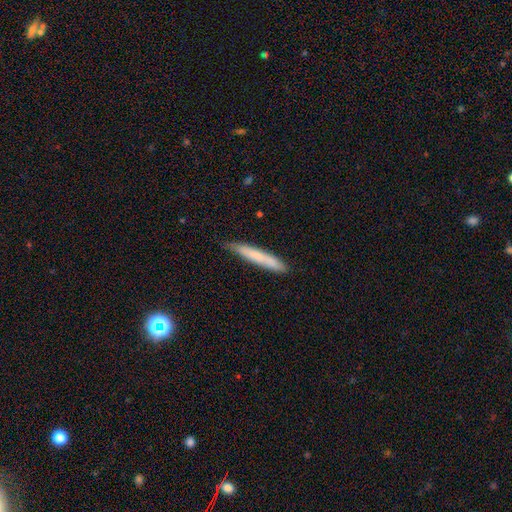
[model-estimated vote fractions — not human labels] Smooth or featured: smooth — 72% (featured or disk — 22%)
How rounded: cigar-shaped — 95% (in between — 4%)
Merging: none — 77% (minor disturbance — 19%)